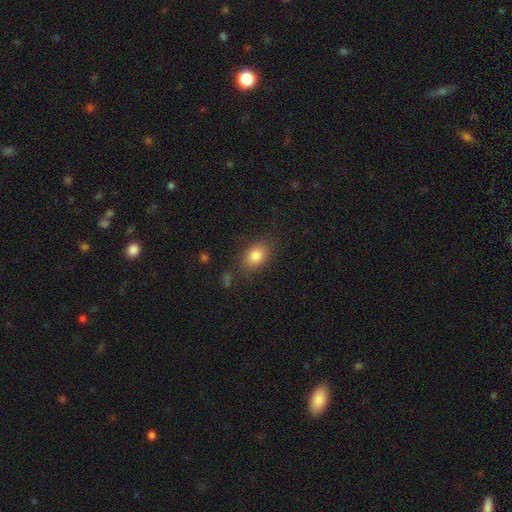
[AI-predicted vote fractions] Q: Smooth or featured?
A: smooth (82%); runner-up: star or artifact (9%)
Q: How rounded?
A: in between (75%); runner-up: round (24%)
Q: Merging?
A: none (79%); runner-up: minor disturbance (14%)